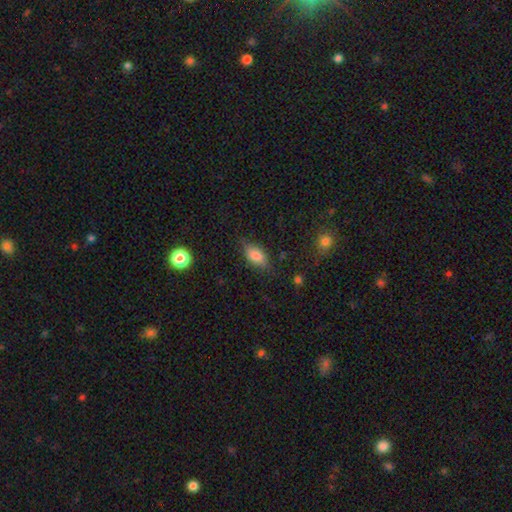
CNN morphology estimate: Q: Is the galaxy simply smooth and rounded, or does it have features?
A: smooth — 74%.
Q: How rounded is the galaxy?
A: in between — 84%.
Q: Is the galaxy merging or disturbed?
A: none — 74%.